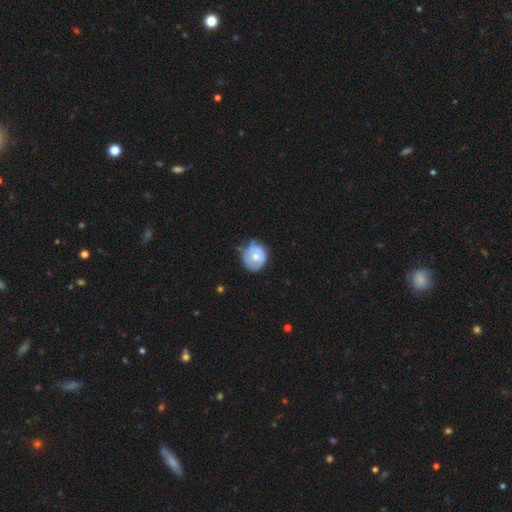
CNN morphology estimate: Smooth or featured?
  - smooth: 49% *
  - featured or disk: 44%
  - star or artifact: 6%
Merging?
  - none: 44% *
  - minor disturbance: 39%
  - major disturbance: 13%
  - merger: 4%